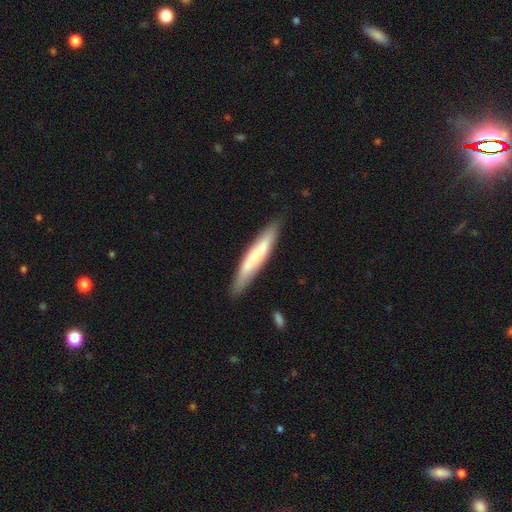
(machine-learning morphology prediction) Smooth or featured: smooth — 58% (featured or disk — 37%)
How rounded: cigar-shaped — 90% (in between — 9%)
Merging: none — 84% (minor disturbance — 12%)